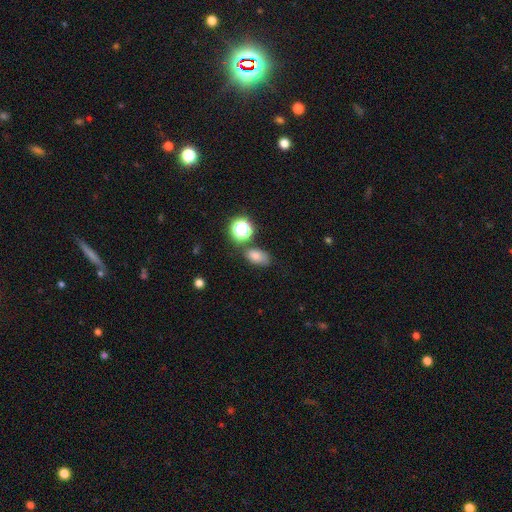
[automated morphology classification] Smooth or featured? smooth (73%)
How rounded? in between (80%)
Merging? none (63%)